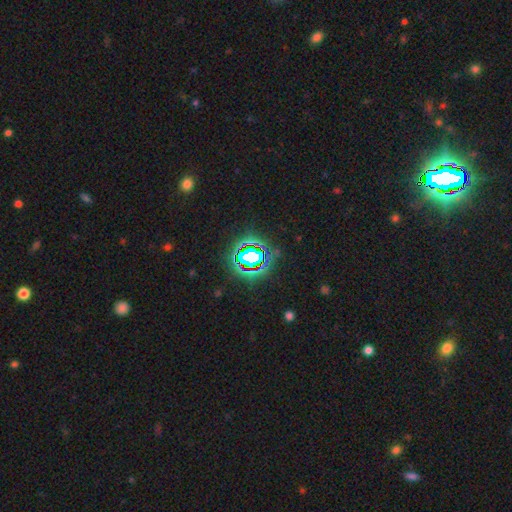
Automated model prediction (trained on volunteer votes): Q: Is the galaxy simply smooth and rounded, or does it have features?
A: star or artifact — 73%.